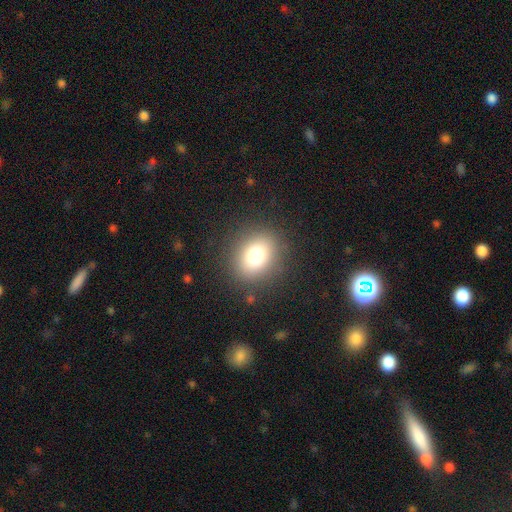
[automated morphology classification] The model was most divided on "how rounded": round: 62%, in between: 37%, cigar-shaped: 1%. More confident: merging — none (86%); smooth or featured — smooth (75%).